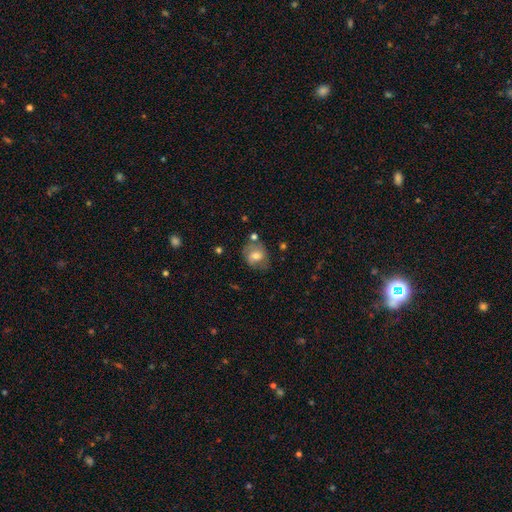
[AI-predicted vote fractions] Smooth or featured? Predicted: smooth (p=0.56). How rounded? Predicted: round (p=0.64). Merging? Predicted: none (p=0.64).